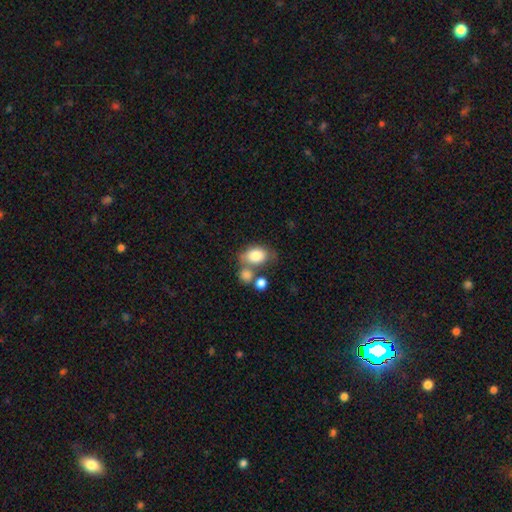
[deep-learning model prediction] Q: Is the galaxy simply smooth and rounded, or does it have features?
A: smooth — 80%.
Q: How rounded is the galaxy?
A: in between — 77%.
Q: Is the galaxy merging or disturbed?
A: none — 44%.